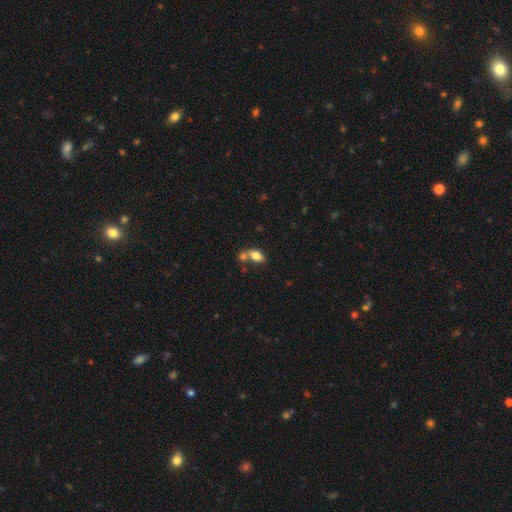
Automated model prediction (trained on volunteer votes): Smooth or featured? smooth (78%)
How rounded? in between (87%)
Merging? merger (43%)